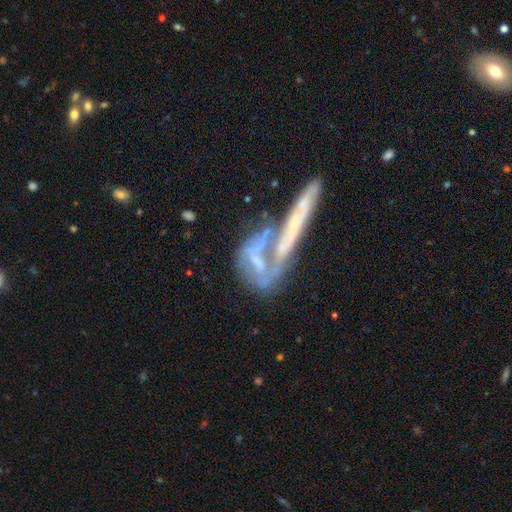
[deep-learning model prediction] This is likely a featured or disk galaxy (66%). It is likely not viewed edge-on (75%). Bar: possibly no (57%). Spiral arm pattern: likely no (63%). Central bulge: possibly none (46%). Merging: possibly merger (52%).